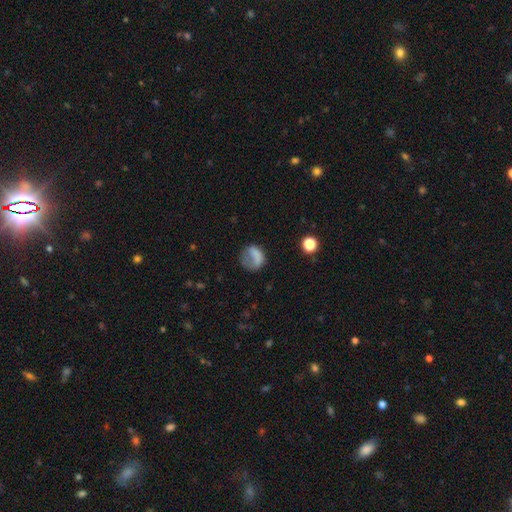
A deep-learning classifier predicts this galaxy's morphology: Smooth or featured: smooth — 70% (featured or disk — 19%)
How rounded: round — 68% (in between — 30%)
Merging: none — 42% (major disturbance — 31%)